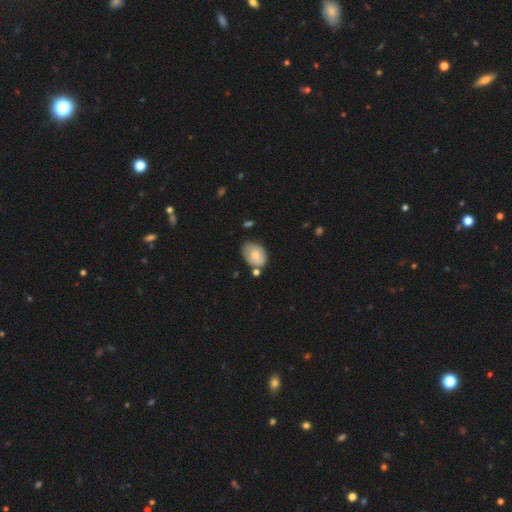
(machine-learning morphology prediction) Smooth or featured: smooth — 78% (featured or disk — 15%)
How rounded: in between — 80% (round — 19%)
Merging: none — 59% (minor disturbance — 26%)